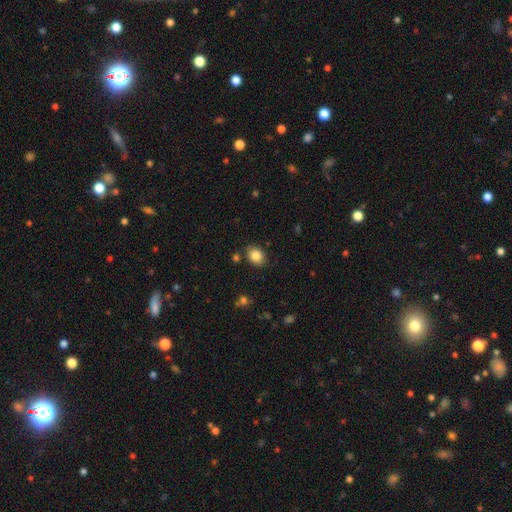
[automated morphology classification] Smooth or featured? smooth (84%)
How rounded? in between (60%)
Merging? none (82%)